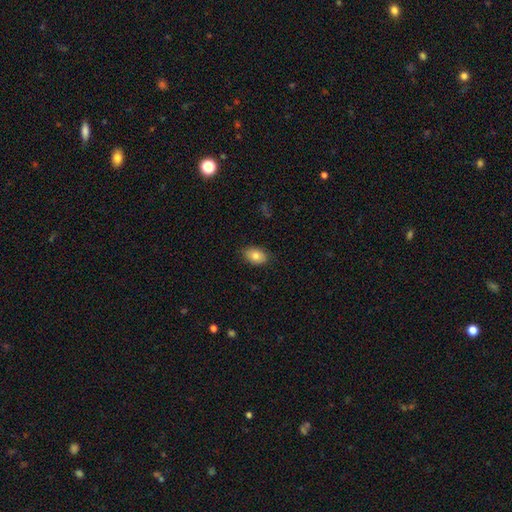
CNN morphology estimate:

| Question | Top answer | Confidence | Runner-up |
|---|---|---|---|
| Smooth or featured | smooth | 82% | featured or disk (10%) |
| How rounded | in between | 85% | round (14%) |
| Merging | none | 82% | minor disturbance (15%) |